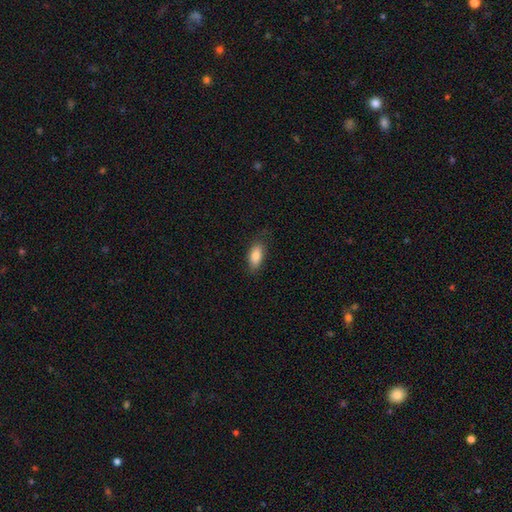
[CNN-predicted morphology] Smooth or featured?
  - smooth: 83% *
  - featured or disk: 10%
  - star or artifact: 7%
How rounded?
  - in between: 87% *
  - cigar-shaped: 10%
  - round: 3%
Merging?
  - none: 77% *
  - minor disturbance: 17%
  - major disturbance: 5%
  - merger: 1%